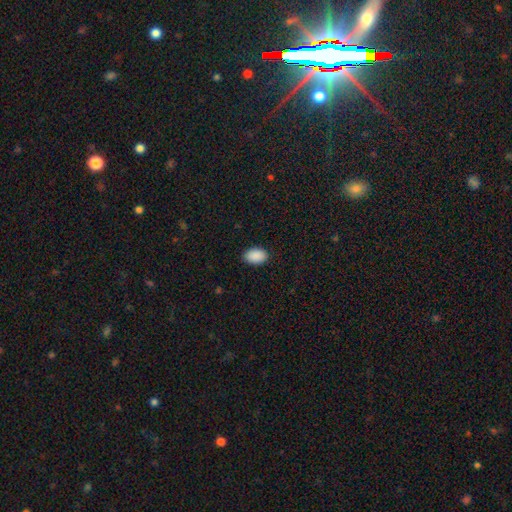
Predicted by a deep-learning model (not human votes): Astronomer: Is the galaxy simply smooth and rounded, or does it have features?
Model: smooth — 91%.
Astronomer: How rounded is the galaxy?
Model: in between — 89%.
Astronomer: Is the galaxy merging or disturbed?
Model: none — 88%.